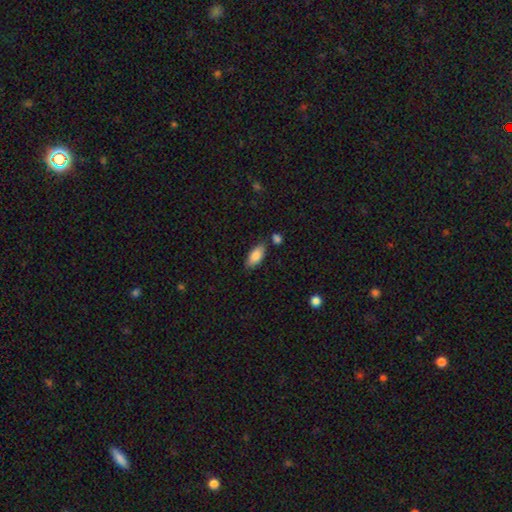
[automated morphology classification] Smooth or featured: smooth — 84% (featured or disk — 9%)
How rounded: in between — 86% (cigar-shaped — 12%)
Merging: none — 74% (minor disturbance — 16%)